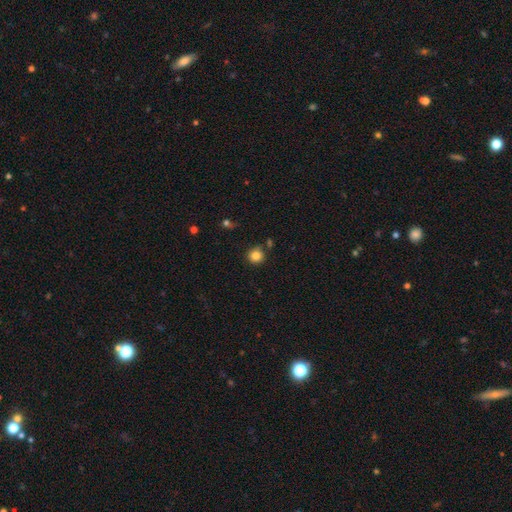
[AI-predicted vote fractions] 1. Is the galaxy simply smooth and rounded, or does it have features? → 84% smooth, 11% star or artifact, 5% featured or disk.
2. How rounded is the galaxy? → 92% round, 7% in between, 1% cigar-shaped.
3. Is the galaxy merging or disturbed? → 80% none, 10% minor disturbance, 6% merger, 3% major disturbance.